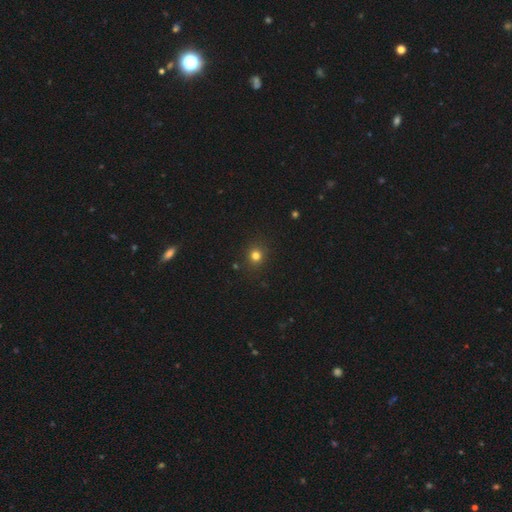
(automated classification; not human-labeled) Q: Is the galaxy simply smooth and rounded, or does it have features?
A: smooth — 79%.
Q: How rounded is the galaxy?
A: round — 86%.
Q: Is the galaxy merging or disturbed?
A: none — 89%.